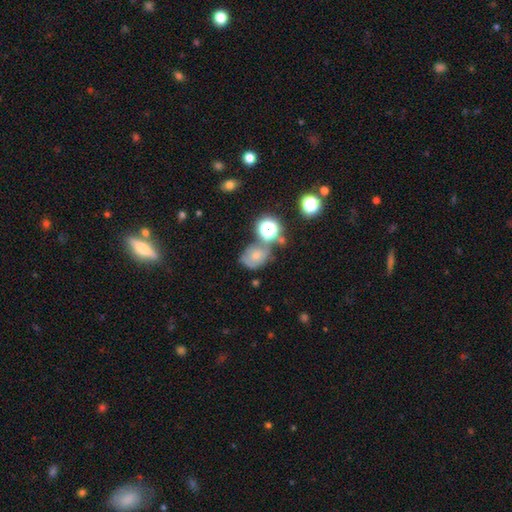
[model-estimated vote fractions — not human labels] smooth-or-featured: smooth: 54% | featured or disk: 26% | star or artifact: 21%
  how-rounded: round: 53% | in between: 46% | cigar-shaped: 1%
  merging: none: 43% | minor disturbance: 23% | merger: 21% | major disturbance: 13%